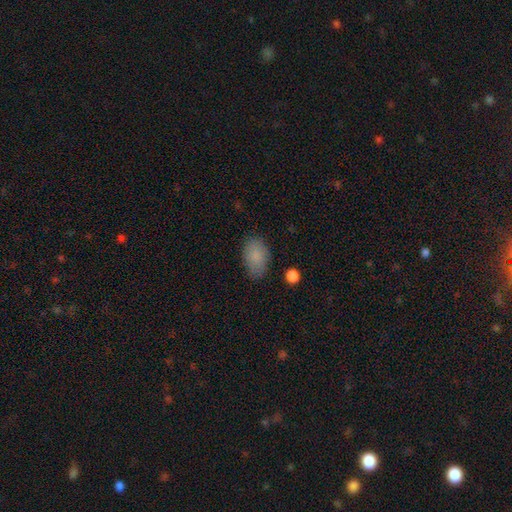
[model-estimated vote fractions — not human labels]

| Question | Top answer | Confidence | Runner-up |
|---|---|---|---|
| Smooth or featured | smooth | 86% | star or artifact (8%) |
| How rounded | in between | 90% | round (8%) |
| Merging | none | 80% | minor disturbance (15%) |